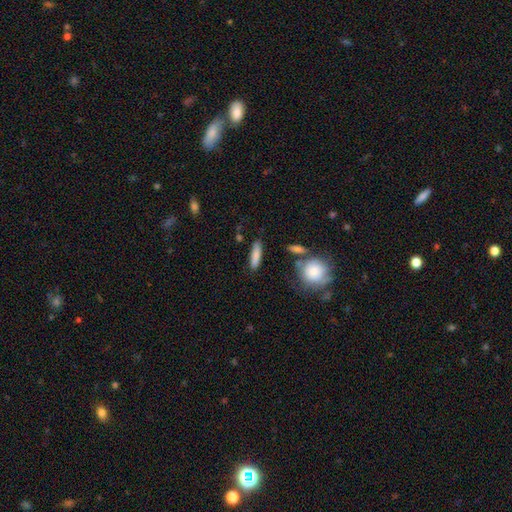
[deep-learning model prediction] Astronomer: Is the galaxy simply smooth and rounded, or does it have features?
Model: smooth — 82%.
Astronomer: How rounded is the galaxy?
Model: cigar-shaped — 72%.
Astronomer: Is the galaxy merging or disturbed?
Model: none — 81%.